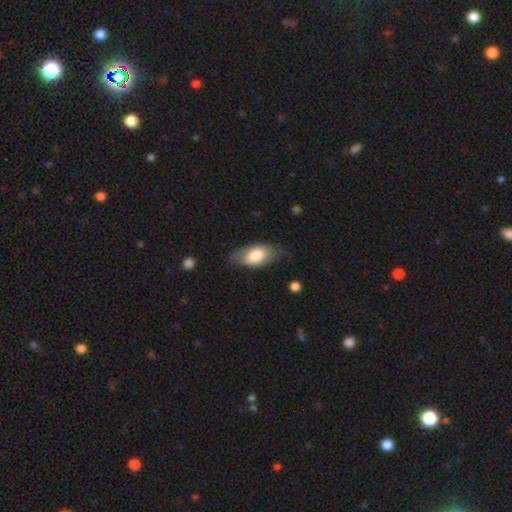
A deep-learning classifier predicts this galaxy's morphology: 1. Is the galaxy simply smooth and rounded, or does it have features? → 73% smooth, 21% featured or disk, 6% star or artifact.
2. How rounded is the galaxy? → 91% in between, 6% cigar-shaped, 4% round.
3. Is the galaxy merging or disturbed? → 70% none, 21% minor disturbance, 7% major disturbance, 1% merger.